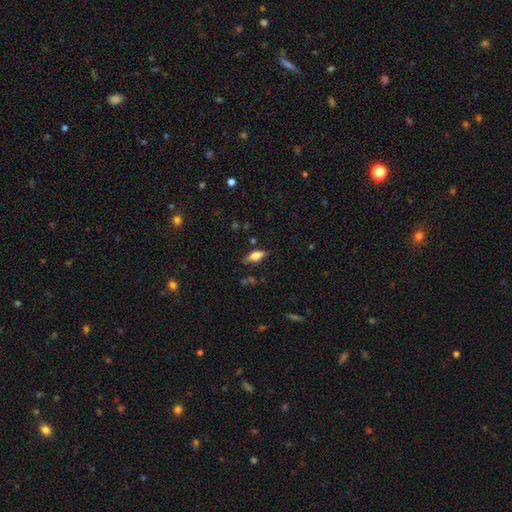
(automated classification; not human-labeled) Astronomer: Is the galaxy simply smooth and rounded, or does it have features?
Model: smooth — 71%.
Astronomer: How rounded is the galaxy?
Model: in between — 82%.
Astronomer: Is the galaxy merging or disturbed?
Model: none — 78%.